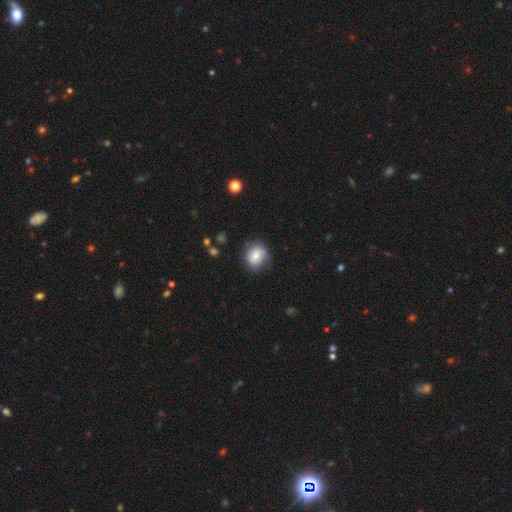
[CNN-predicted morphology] This appears to be a smooth galaxy with no disk features (76%) that is round (58%). Merging: none (72%).